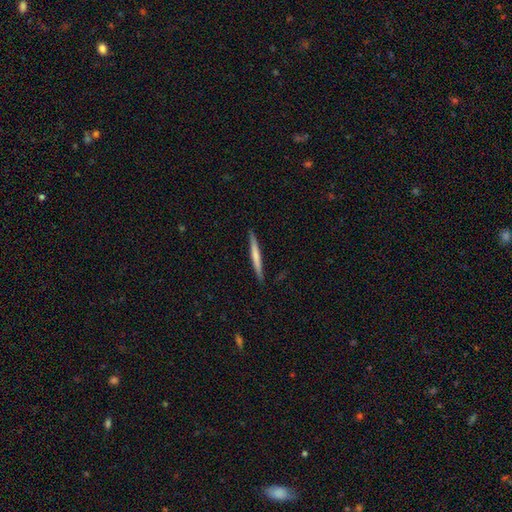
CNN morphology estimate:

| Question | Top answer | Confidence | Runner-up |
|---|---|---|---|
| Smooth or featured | smooth | 58% | featured or disk (37%) |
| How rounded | cigar-shaped | 97% | in between (2%) |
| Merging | none | 90% | minor disturbance (7%) |